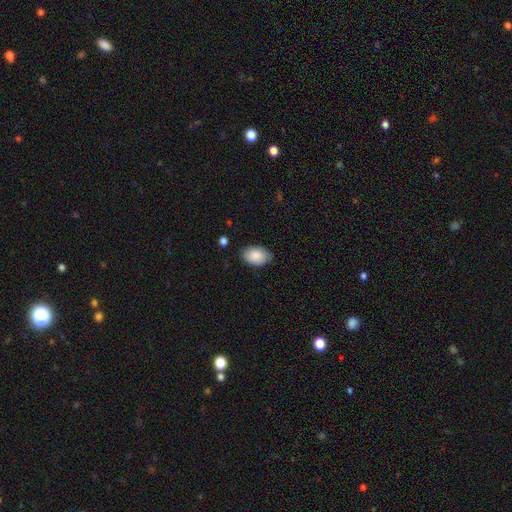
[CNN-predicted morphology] Smooth or featured?
  - smooth: 87% *
  - featured or disk: 7%
  - star or artifact: 6%
How rounded?
  - in between: 89% *
  - round: 10%
  - cigar-shaped: 1%
Merging?
  - none: 79% *
  - minor disturbance: 17%
  - major disturbance: 3%
  - merger: 2%